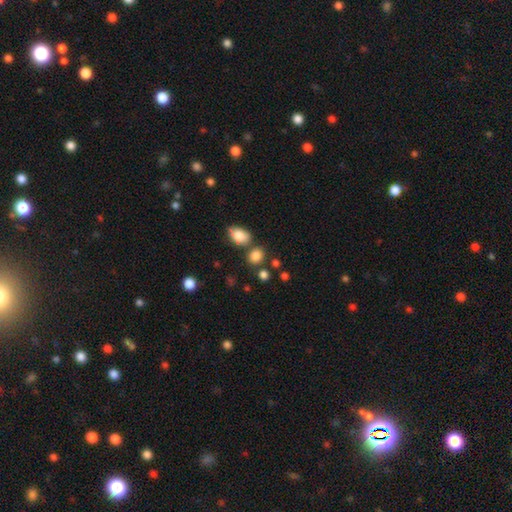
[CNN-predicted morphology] A smooth galaxy with no disk features (83%) that is round (61%). Merging: none (69%).